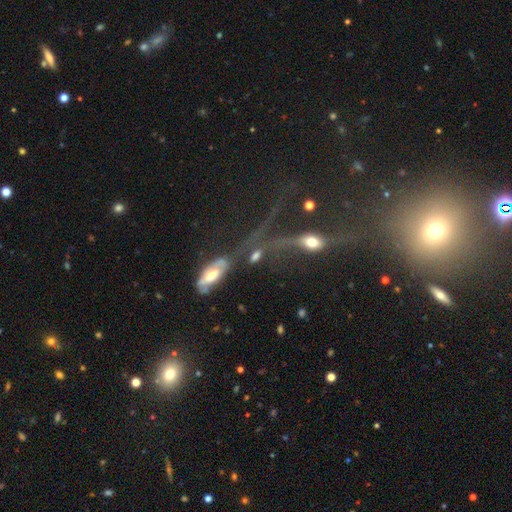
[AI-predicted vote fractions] Overall: smooth (51%; featured or disk 32%). How rounded: in between (72%). Merging: none (30%; major disturbance 29%).